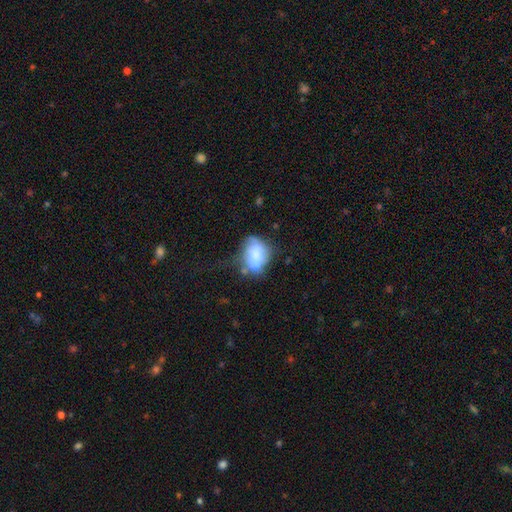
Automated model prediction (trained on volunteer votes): Smooth or featured? smooth (61%)
How rounded? in between (77%)
Merging? none (38%)